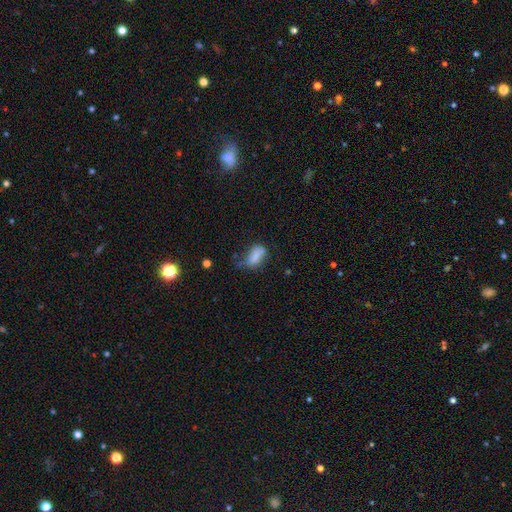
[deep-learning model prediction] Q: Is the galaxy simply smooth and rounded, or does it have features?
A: smooth — 78%.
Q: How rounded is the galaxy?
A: in between — 84%.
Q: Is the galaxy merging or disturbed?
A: none — 41%.